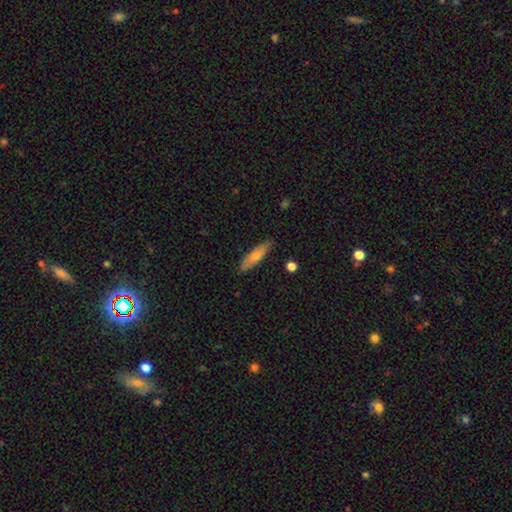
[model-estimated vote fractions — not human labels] This appears to be a smooth galaxy with no disk features (62%) that is cigar-shaped (75%). Merging: none (88%).